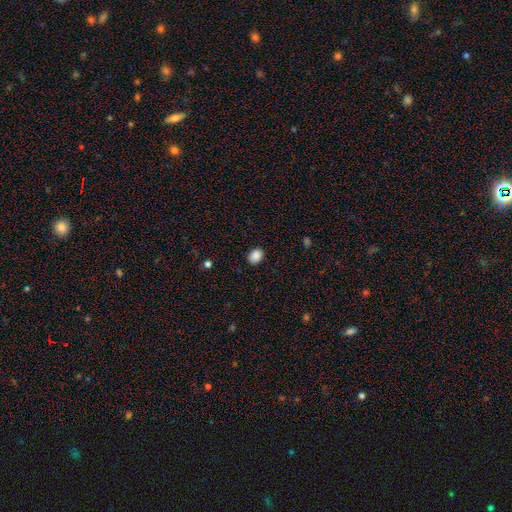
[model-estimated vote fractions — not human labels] Smooth or featured: smooth — 88% (star or artifact — 9%)
How rounded: in between — 57% (round — 42%)
Merging: none — 89% (minor disturbance — 8%)